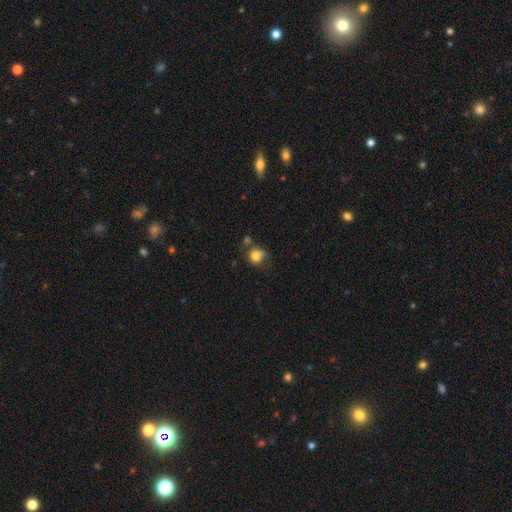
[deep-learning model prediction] Smooth or featured: smooth — 79% (featured or disk — 11%)
How rounded: round — 79% (in between — 20%)
Merging: none — 48% (minor disturbance — 26%)